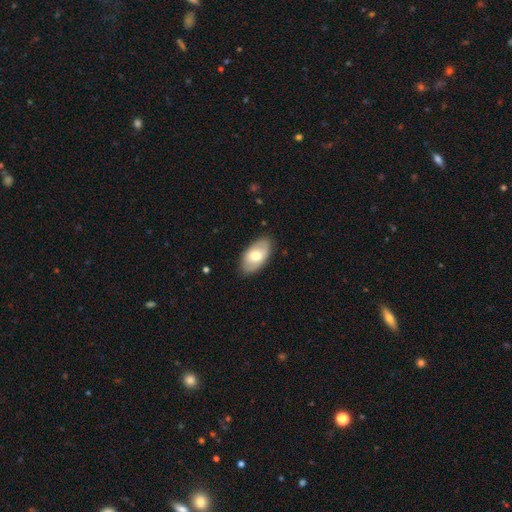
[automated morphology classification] Q: Smooth or featured?
A: smooth (63%); runner-up: featured or disk (31%)
Q: How rounded?
A: in between (94%); runner-up: round (4%)
Q: Merging?
A: none (84%); runner-up: minor disturbance (13%)